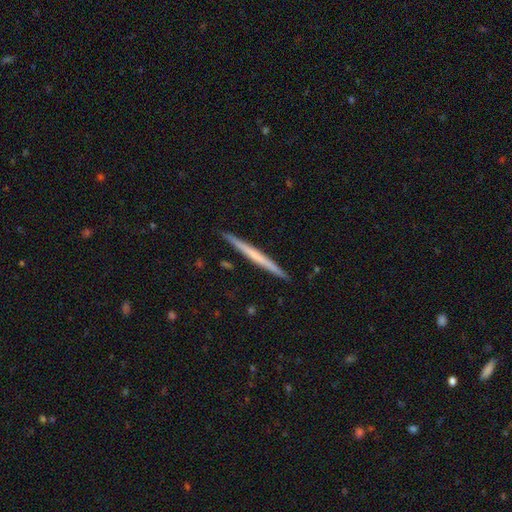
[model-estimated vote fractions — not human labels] smooth-or-featured: featured or disk: 49% | smooth: 45% | star or artifact: 5%
  merging: none: 92% | minor disturbance: 5% | major disturbance: 1% | merger: 1%